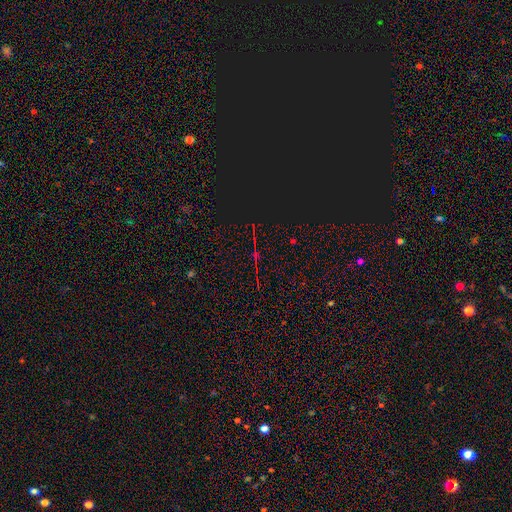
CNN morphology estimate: Overall: star or artifact (78%).